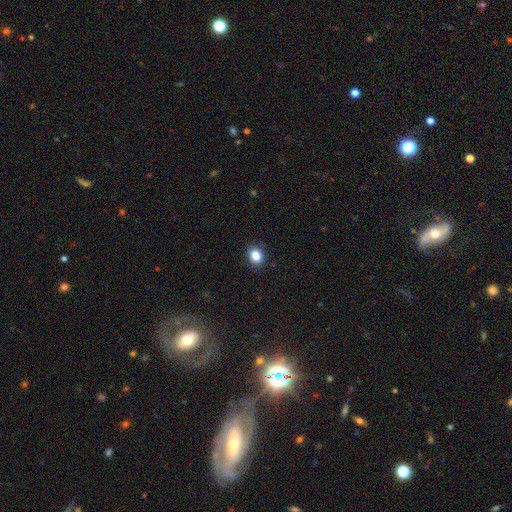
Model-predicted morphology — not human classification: Smooth or featured: smooth — 87% (star or artifact — 10%)
How rounded: in between — 50% (round — 49%)
Merging: none — 88% (minor disturbance — 9%)